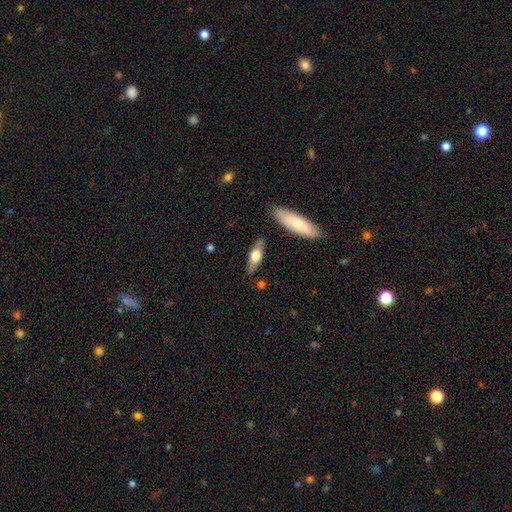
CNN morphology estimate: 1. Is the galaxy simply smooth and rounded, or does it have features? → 50% smooth, 45% featured or disk, 5% star or artifact.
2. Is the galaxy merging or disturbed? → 81% none, 12% minor disturbance, 4% merger, 3% major disturbance.